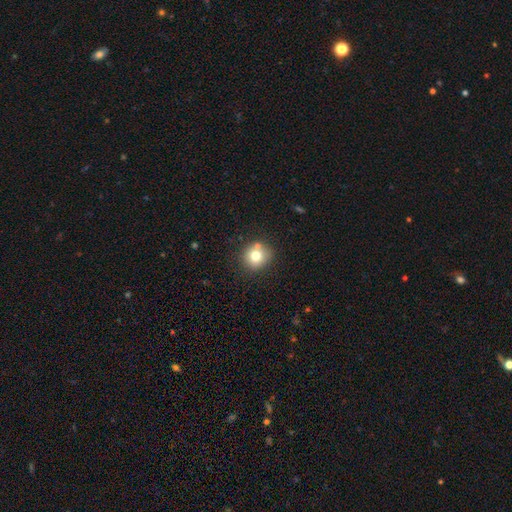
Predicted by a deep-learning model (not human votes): This is likely a smooth galaxy (75%). How rounded: clearly round (87%). Merging: likely none (75%).